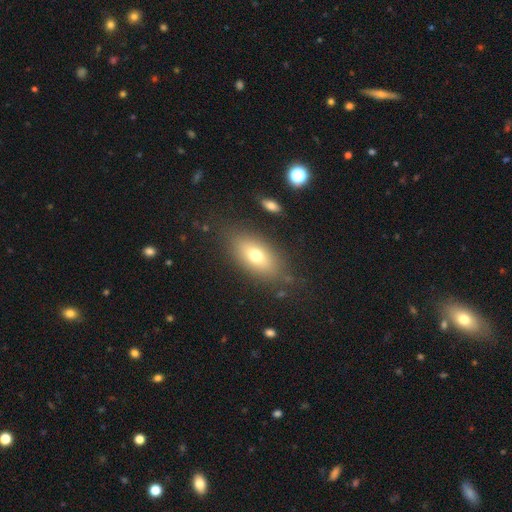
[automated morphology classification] type=smooth (71%); roundness=in between (85%); merging=none (79%).